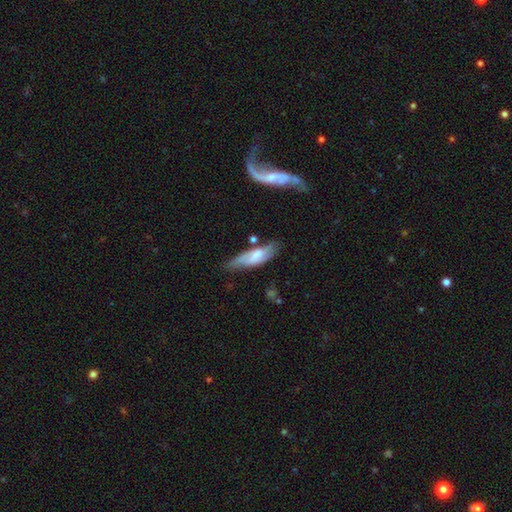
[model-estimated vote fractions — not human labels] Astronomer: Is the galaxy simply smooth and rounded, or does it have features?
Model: smooth — 55% (runner-up: featured or disk, 39%).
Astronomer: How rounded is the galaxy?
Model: in between — 57% (runner-up: cigar-shaped, 41%).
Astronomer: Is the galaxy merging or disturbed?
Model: none — 52% (runner-up: minor disturbance, 30%).